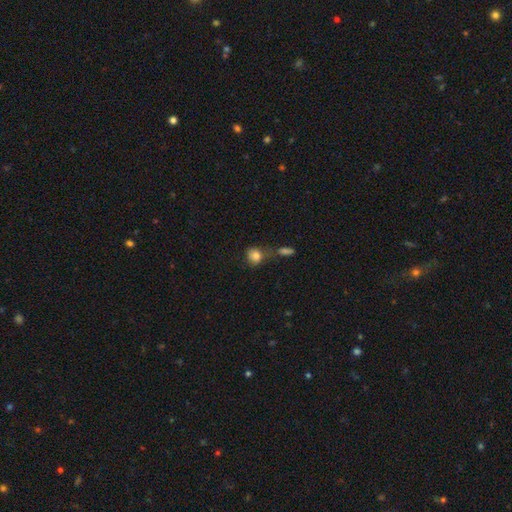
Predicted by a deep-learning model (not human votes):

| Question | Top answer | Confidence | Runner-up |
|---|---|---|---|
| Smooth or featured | smooth | 82% | star or artifact (10%) |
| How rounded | round | 65% | in between (33%) |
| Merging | none | 45% | merger (26%) |